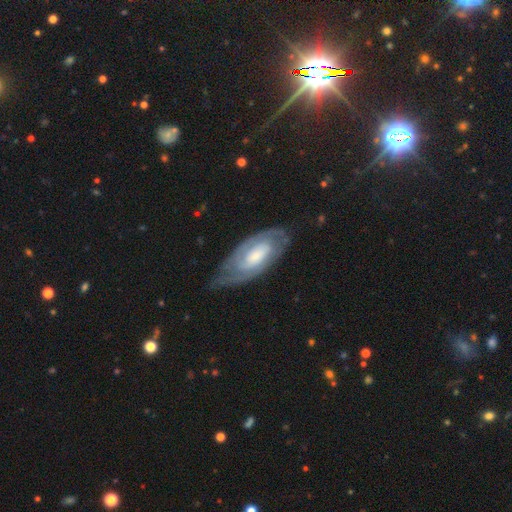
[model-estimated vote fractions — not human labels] This appears to be a featured or disk galaxy (79%) with no bar (54%), 2 (58%) tight (64%) spiral arms (92%) and a moderate central bulge (41%). Merging: none (66%).